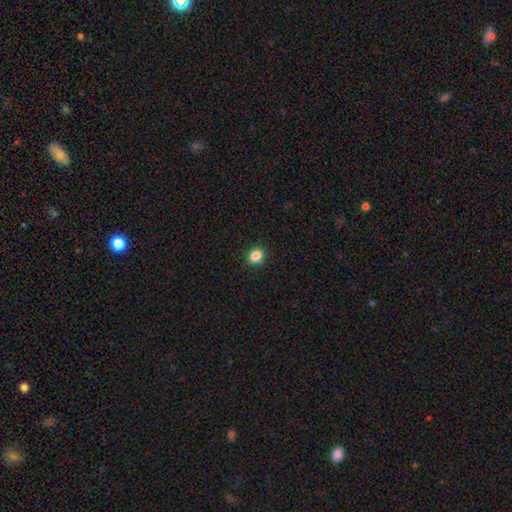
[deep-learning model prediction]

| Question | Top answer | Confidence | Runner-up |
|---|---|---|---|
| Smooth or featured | smooth | 85% | star or artifact (10%) |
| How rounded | in between | 53% | round (46%) |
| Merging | none | 89% | minor disturbance (8%) |